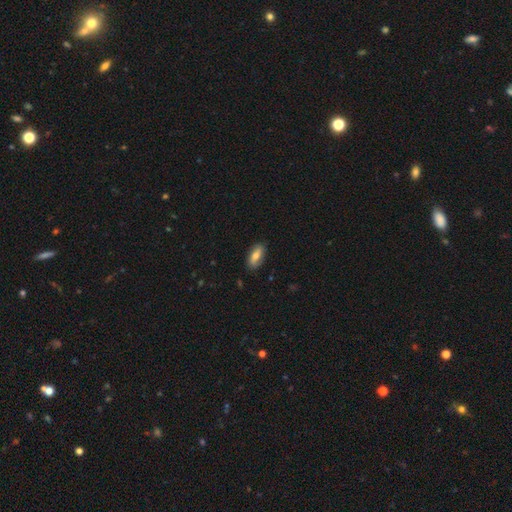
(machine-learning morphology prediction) smooth 66%, featured or disk 27%, star or artifact 6%. Down the decision tree: how rounded — in between (78%); merging — none (86%).